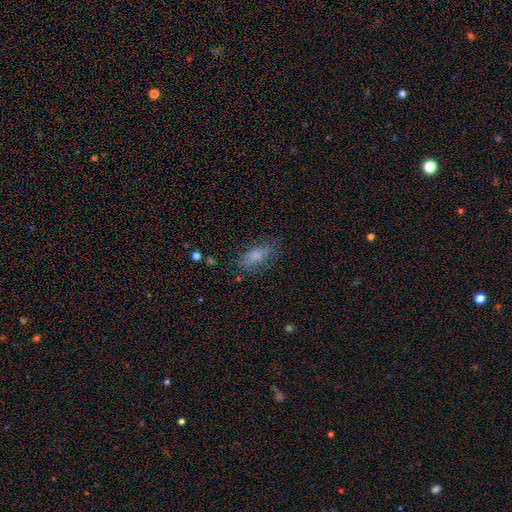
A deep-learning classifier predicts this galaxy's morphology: Smooth or featured: smooth — 71% (featured or disk — 19%)
How rounded: in between — 83% (cigar-shaped — 12%)
Merging: none — 65% (minor disturbance — 22%)